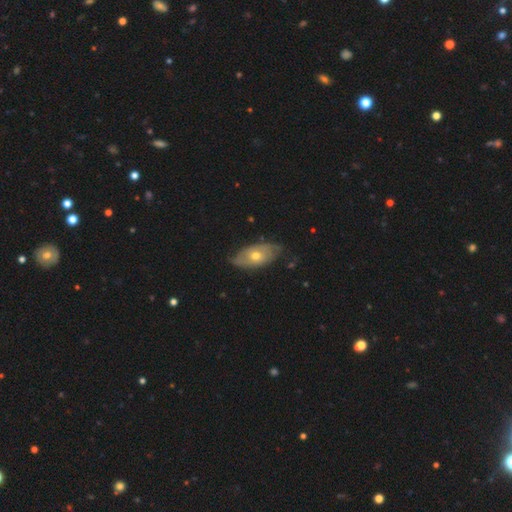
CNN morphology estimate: smooth-or-featured: featured or disk: 54% | smooth: 39% | star or artifact: 6%
  disk-edge-on: no: 84% | yes: 16%
  merging: none: 67% | minor disturbance: 26% | major disturbance: 5% | merger: 1%